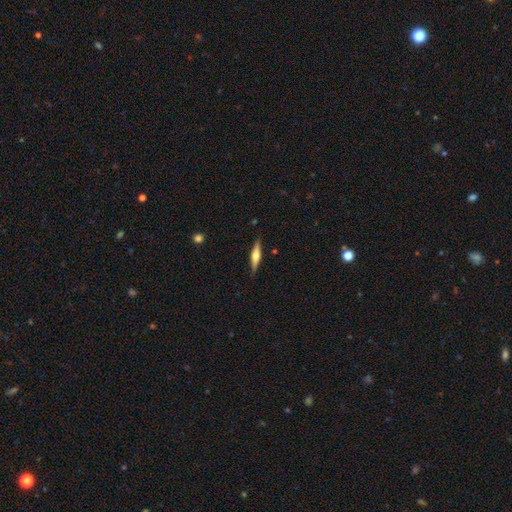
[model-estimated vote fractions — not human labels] Overall: featured or disk (59%; smooth 35%). Edge-on disk: yes (97%). Edge-on bulge: rounded (87%). Merging: none (88%).